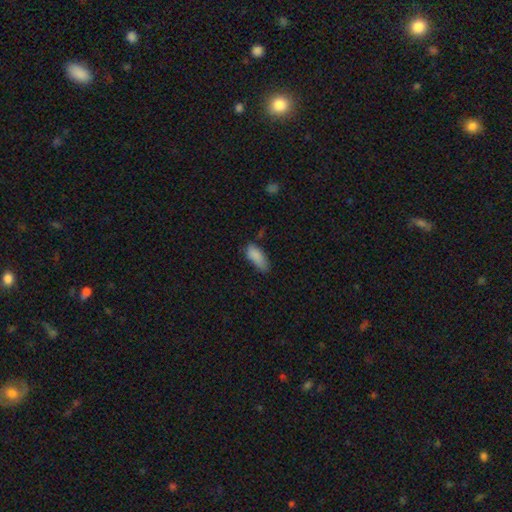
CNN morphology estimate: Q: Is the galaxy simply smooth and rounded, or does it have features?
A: smooth — 86%.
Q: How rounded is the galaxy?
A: in between — 78%.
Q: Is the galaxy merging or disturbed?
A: none — 53%.